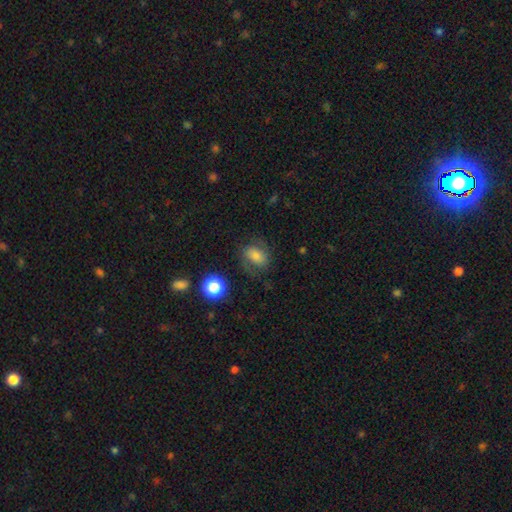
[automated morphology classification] A smooth galaxy with no disk features (59%) that is in between round and cigar-shaped (65%). Merging: none (67%).